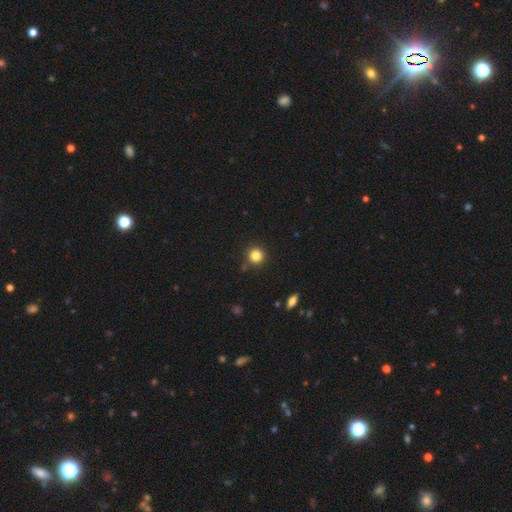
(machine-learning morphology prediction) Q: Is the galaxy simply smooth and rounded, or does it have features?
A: smooth — 83%.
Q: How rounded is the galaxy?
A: round — 94%.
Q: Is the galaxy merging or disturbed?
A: none — 86%.